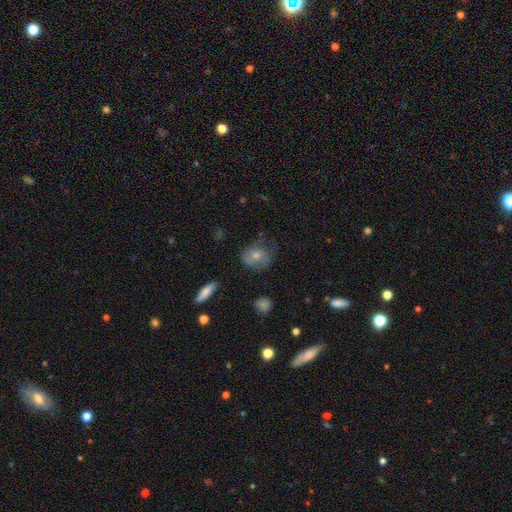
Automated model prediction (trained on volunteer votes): smooth-or-featured: smooth: 63% | featured or disk: 29% | star or artifact: 9%
  how-rounded: round: 56% | in between: 43% | cigar-shaped: 1%
  merging: none: 48% | minor disturbance: 30% | major disturbance: 20% | merger: 2%